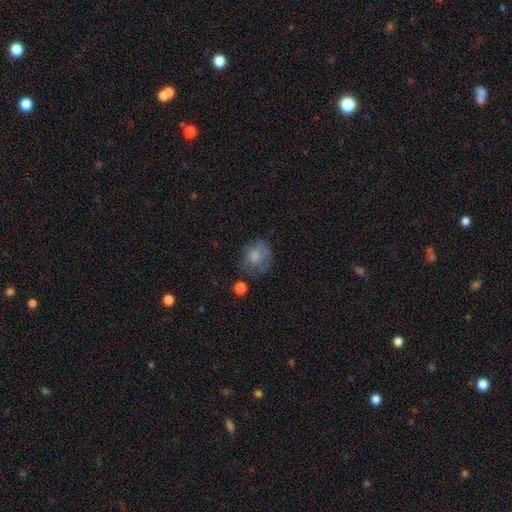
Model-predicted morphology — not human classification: This is likely a smooth galaxy (67%). How rounded: likely round (70%). Merging: possibly none (52%).